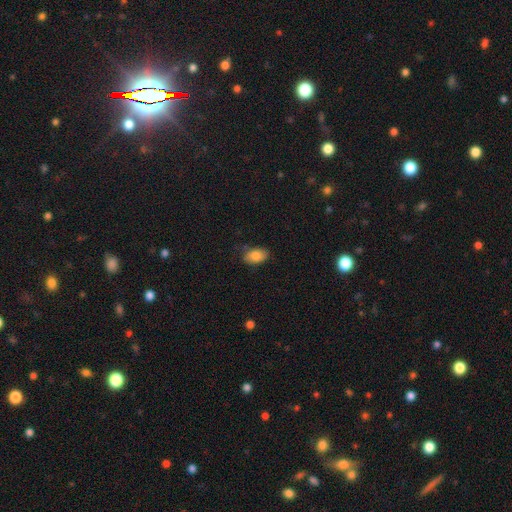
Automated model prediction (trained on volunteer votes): smooth-or-featured: smooth: 83% | featured or disk: 9% | star or artifact: 7%
  how-rounded: in between: 90% | round: 8% | cigar-shaped: 1%
  merging: none: 73% | minor disturbance: 21% | major disturbance: 4% | merger: 2%